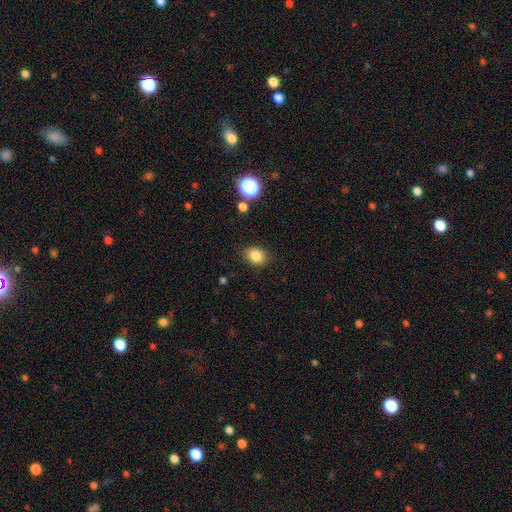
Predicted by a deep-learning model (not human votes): A smooth galaxy with no disk features (83%) that is in between round and cigar-shaped (56%).

Vote fractions:
- Smooth or featured? smooth: 83% / star or artifact: 11% / featured or disk: 6%
- How rounded? in between: 56% / round: 43% / cigar-shaped: 1%
- Merging? none: 86% / minor disturbance: 10% / major disturbance: 3% / merger: 2%